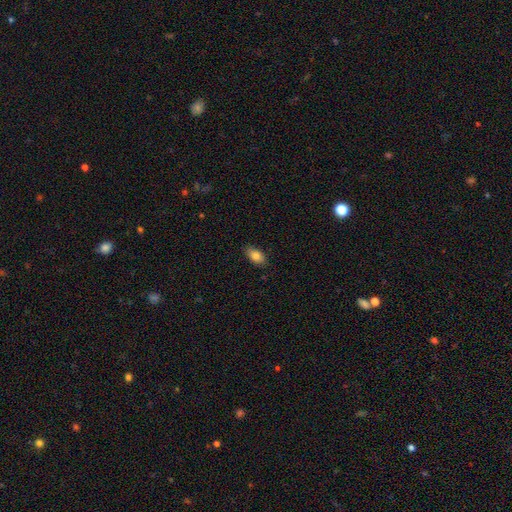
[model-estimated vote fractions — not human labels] Q: Smooth or featured?
A: smooth (83%); runner-up: featured or disk (9%)
Q: How rounded?
A: in between (91%); runner-up: round (6%)
Q: Merging?
A: none (85%); runner-up: minor disturbance (12%)